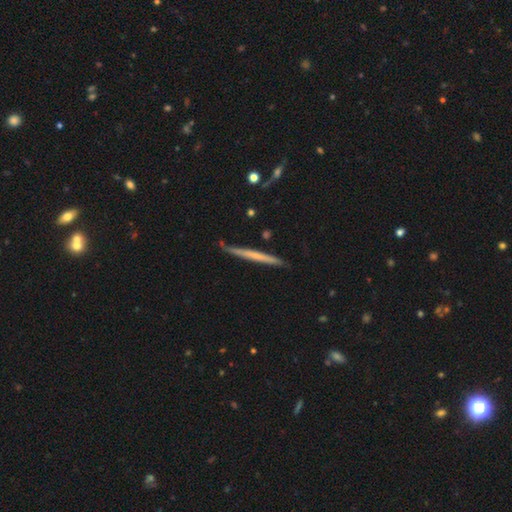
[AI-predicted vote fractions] Q: Smooth or featured?
A: featured or disk (48%); runner-up: smooth (47%)
Q: Merging?
A: none (83%); runner-up: minor disturbance (13%)